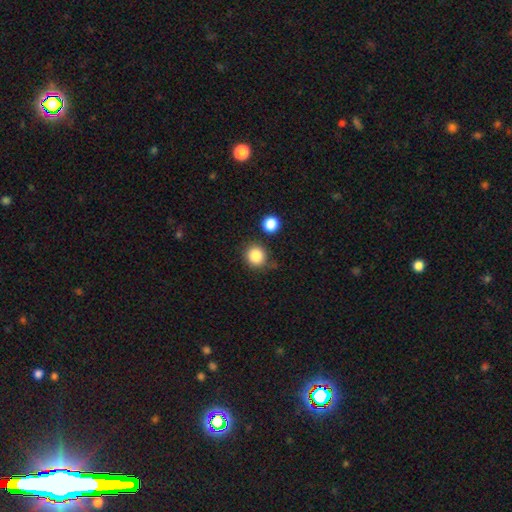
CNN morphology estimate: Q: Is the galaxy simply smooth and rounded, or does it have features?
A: smooth — 85%.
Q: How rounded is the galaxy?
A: round — 90%.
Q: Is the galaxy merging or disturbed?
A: none — 74%.